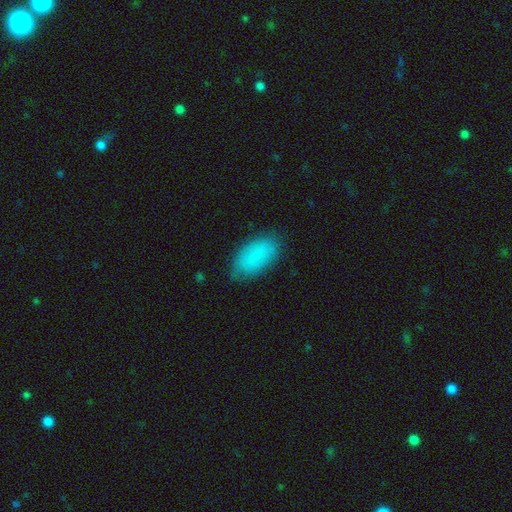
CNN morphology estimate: A smooth galaxy with no disk features (85%) that is in between round and cigar-shaped (93%).

Vote fractions:
- Smooth or featured? smooth: 85% / featured or disk: 8% / star or artifact: 7%
- How rounded? in between: 93% / cigar-shaped: 5% / round: 3%
- Merging? none: 80% / minor disturbance: 15% / major disturbance: 3% / merger: 1%